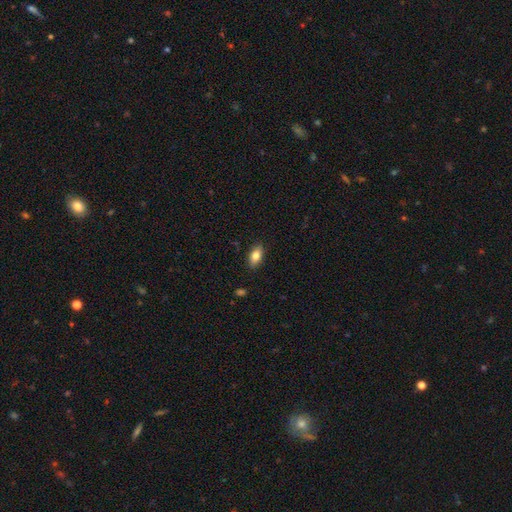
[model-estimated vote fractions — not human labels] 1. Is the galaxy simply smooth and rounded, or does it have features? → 79% smooth, 14% featured or disk, 7% star or artifact.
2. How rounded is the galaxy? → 88% in between, 7% cigar-shaped, 5% round.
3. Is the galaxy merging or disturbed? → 88% none, 9% minor disturbance, 2% major disturbance, 1% merger.